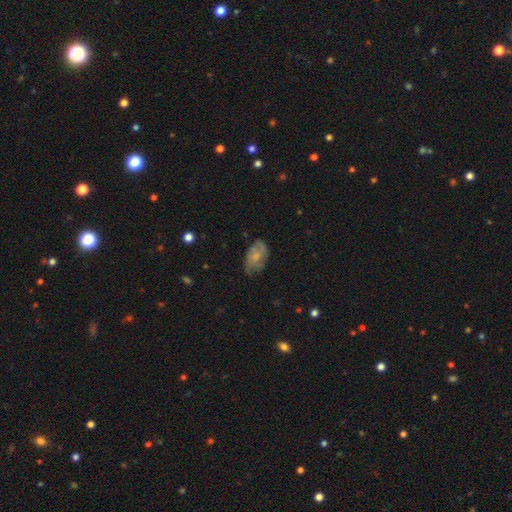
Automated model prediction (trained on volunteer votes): smooth-or-featured: smooth: 56% | featured or disk: 37% | star or artifact: 8%
  how-rounded: in between: 90% | round: 9% | cigar-shaped: 2%
  merging: none: 59% | minor disturbance: 29% | major disturbance: 10% | merger: 2%